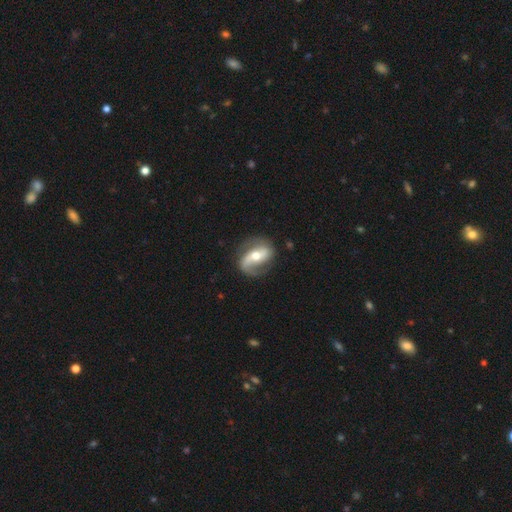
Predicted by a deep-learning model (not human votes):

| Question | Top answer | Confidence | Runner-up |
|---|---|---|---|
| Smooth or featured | featured or disk | 82% | smooth (13%) |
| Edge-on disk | no | 96% | yes (4%) |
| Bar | strong | 38% | weak (33%) |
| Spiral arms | yes | 92% | no (8%) |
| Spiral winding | loose | 48% | medium (38%) |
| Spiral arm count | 2 | 83% | 1 (11%) |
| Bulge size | moderate | 68% | small (25%) |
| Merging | none | 75% | minor disturbance (16%) |